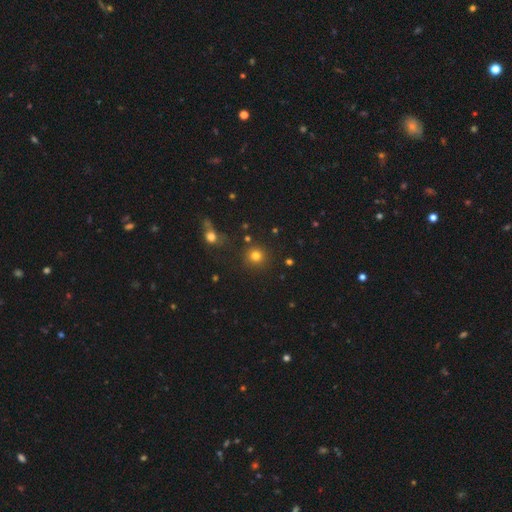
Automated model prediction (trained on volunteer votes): Smooth or featured: smooth — 77% (star or artifact — 17%)
How rounded: round — 93% (in between — 6%)
Merging: none — 85% (minor disturbance — 7%)